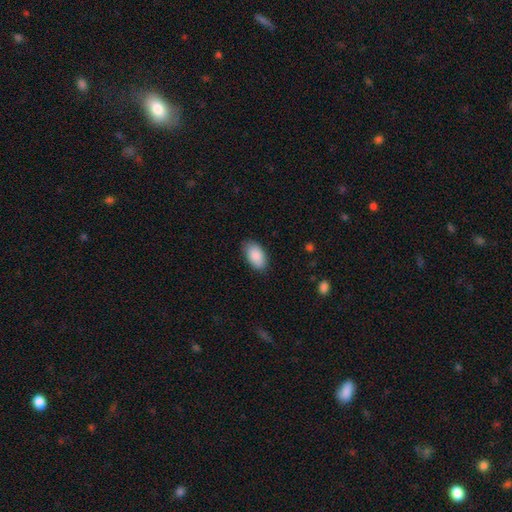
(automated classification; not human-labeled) Overall: smooth (89%). How rounded: in between (94%). Merging: none (83%).